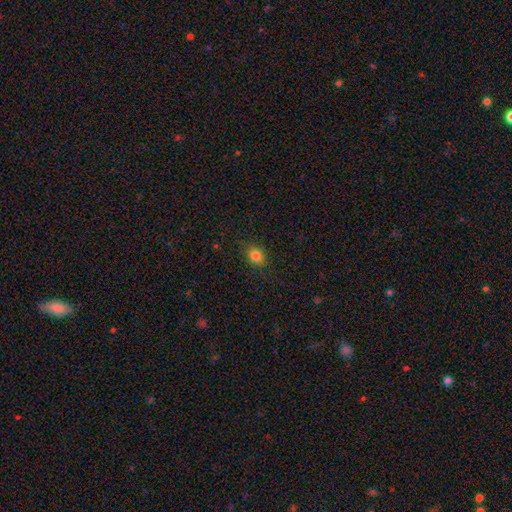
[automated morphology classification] Smooth or featured? Predicted: smooth (p=0.82). How rounded? Predicted: round (p=0.59). Merging? Predicted: none (p=0.84).